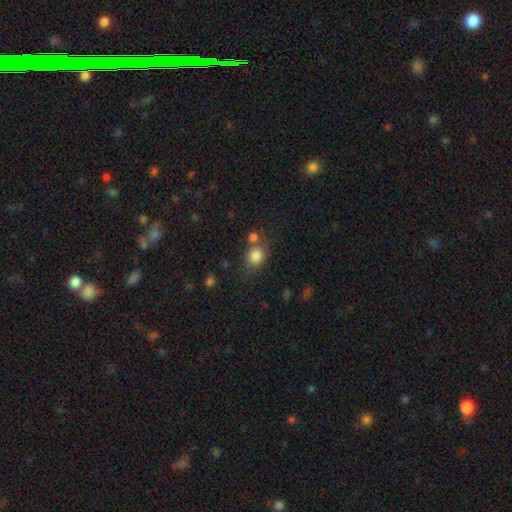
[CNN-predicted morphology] Smooth or featured?
  - smooth: 82% *
  - star or artifact: 11%
  - featured or disk: 7%
How rounded?
  - round: 68% *
  - in between: 31%
  - cigar-shaped: 1%
Merging?
  - none: 59% *
  - merger: 23%
  - minor disturbance: 14%
  - major disturbance: 5%